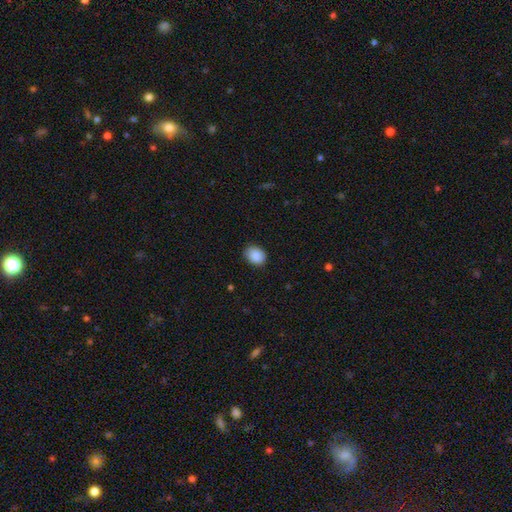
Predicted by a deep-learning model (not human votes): Morphology: type=smooth (89%); roundness=in between (52%); merging=none (81%).